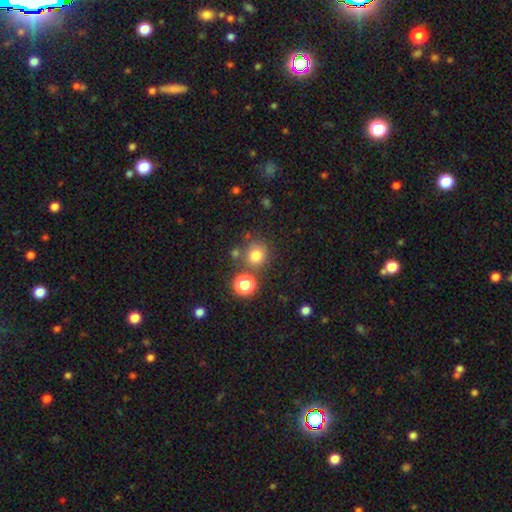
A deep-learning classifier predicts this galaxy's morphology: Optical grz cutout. It shows a smooth galaxy with no disk features (76%) that is round (89%). Merging: none (76%).